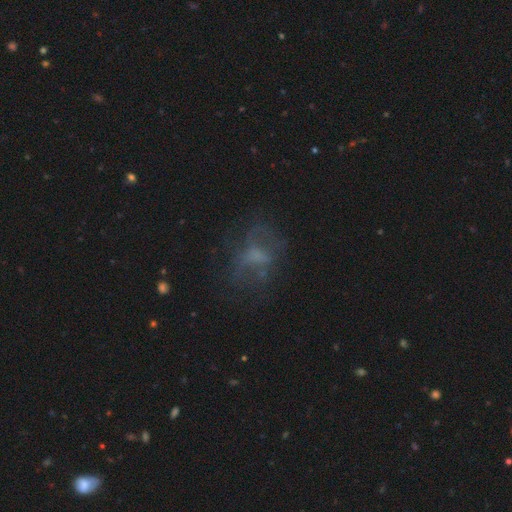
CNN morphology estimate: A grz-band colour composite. It shows a featured or disk galaxy (44%). Merging: none (52%).